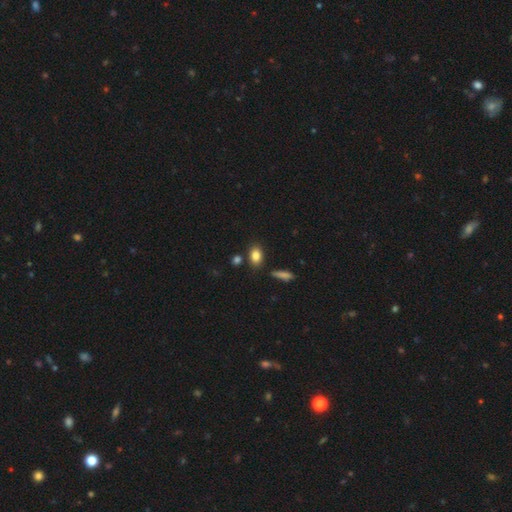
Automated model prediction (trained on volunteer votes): Smooth or featured? smooth (85%)
How rounded? in between (74%)
Merging? none (79%)